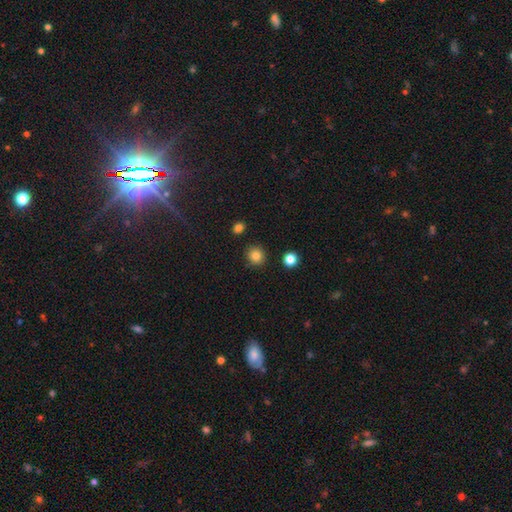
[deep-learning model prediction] A smooth galaxy with no disk features (84%) that is round (90%). Merging: none (89%).